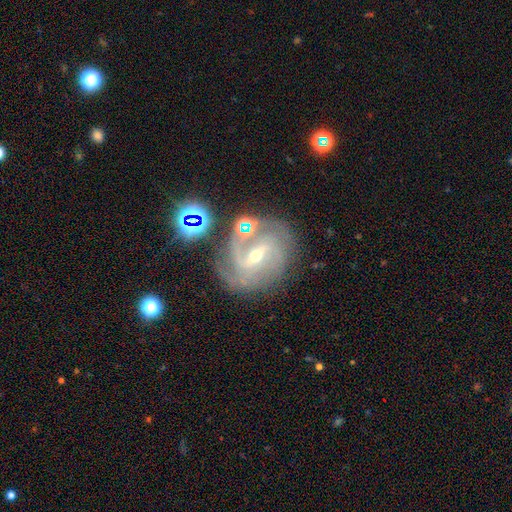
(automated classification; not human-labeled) Q: Smooth or featured?
A: featured or disk (86%); runner-up: star or artifact (8%)
Q: Edge-on disk?
A: no (97%); runner-up: yes (3%)
Q: Bar?
A: weak (43%); runner-up: strong (41%)
Q: Spiral arms?
A: yes (96%); runner-up: no (4%)
Q: Spiral winding?
A: tight (46%); runner-up: medium (43%)
Q: Spiral arm count?
A: 2 (42%); runner-up: 3 (26%)
Q: Bulge size?
A: small (59%); runner-up: moderate (38%)
Q: Merging?
A: none (67%); runner-up: minor disturbance (17%)